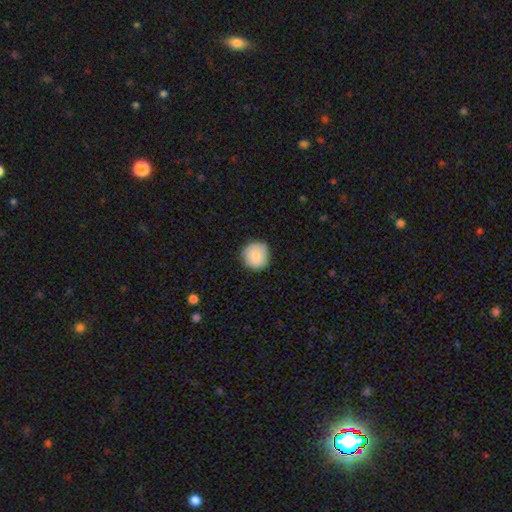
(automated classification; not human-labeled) smooth 83%, featured or disk 10%, star or artifact 7%. Down the decision tree: how rounded — round (92%); merging — none (81%).